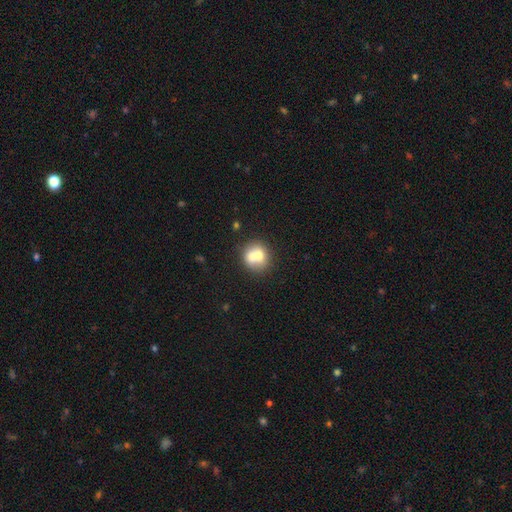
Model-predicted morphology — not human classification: smooth_or_featured: smooth (p=0.67) [alt: featured or disk p=0.24]
how_rounded: round (p=0.77) [alt: in between p=0.22]
merging: merger (p=0.53) [alt: none p=0.34]